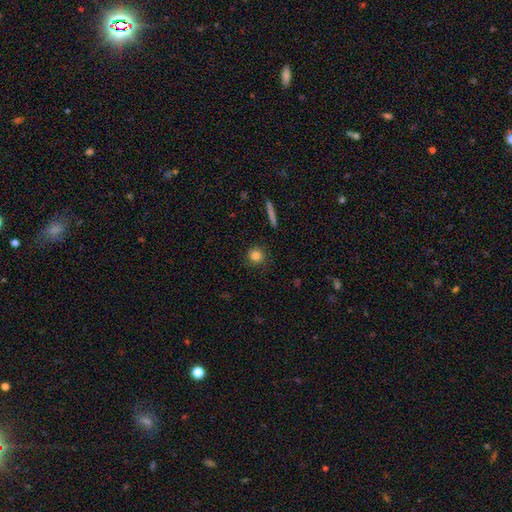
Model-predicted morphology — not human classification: A smooth galaxy with no disk features (83%) that is round (93%). Merging: none (89%).